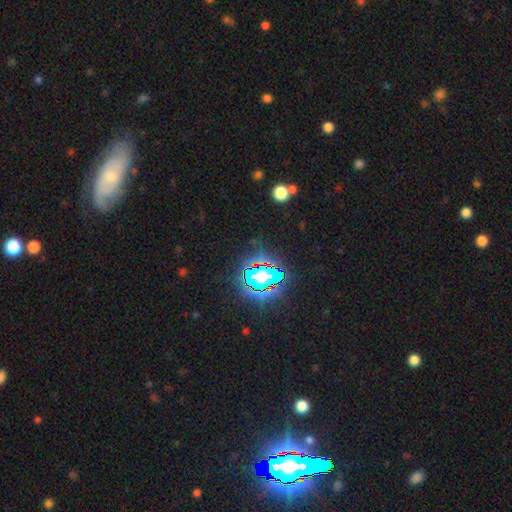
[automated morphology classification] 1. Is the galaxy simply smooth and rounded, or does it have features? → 80% star or artifact, 11% smooth, 9% featured or disk.